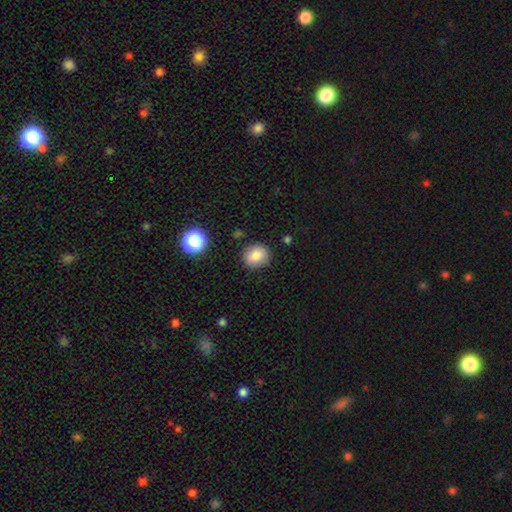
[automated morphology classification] A smooth galaxy with no disk features (82%) that is round (75%). Merging: none (84%).